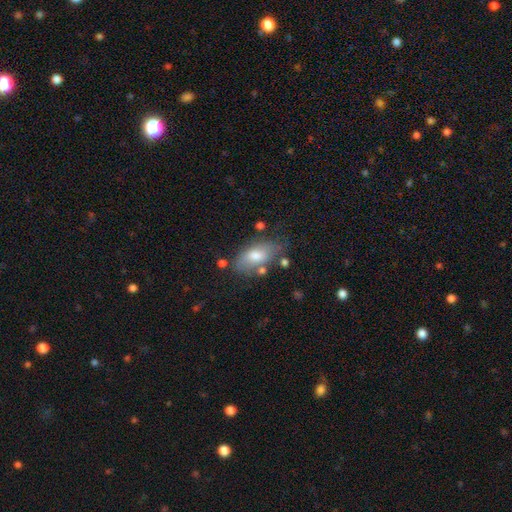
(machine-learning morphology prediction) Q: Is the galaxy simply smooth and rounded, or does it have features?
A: smooth — 70%.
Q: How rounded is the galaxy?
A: in between — 89%.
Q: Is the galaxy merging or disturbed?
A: none — 64%.